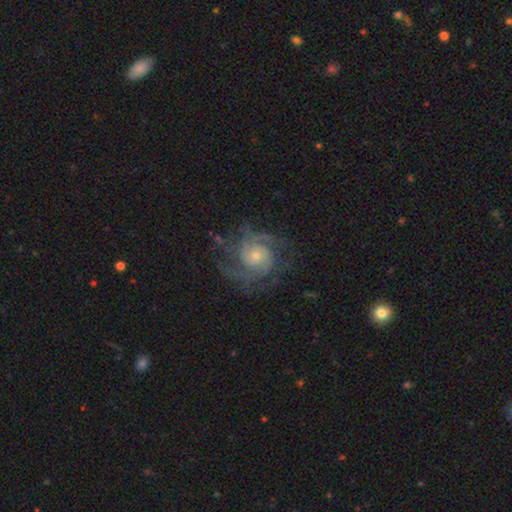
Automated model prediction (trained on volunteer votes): smooth-or-featured: featured or disk: 85% | smooth: 8% | star or artifact: 7%
  disk-edge-on: no: 98% | yes: 2%
    bar: no: 73% | weak: 22% | strong: 4%
    has-spiral-arms: yes: 96% | no: 4%
      spiral-winding: tight: 51% | medium: 39% | loose: 10%
      spiral-arm-count: 3: 27% (tied) | 2: 27% (tied) | can't tell: 22% | 4: 11% | more than 4: 6% | 1: 6%
    bulge-size: small: 58% | moderate: 35% | large: 3% | none: 2% | dominant: 1%
  merging: none: 71% | minor disturbance: 16% | major disturbance: 12% | merger: 1%